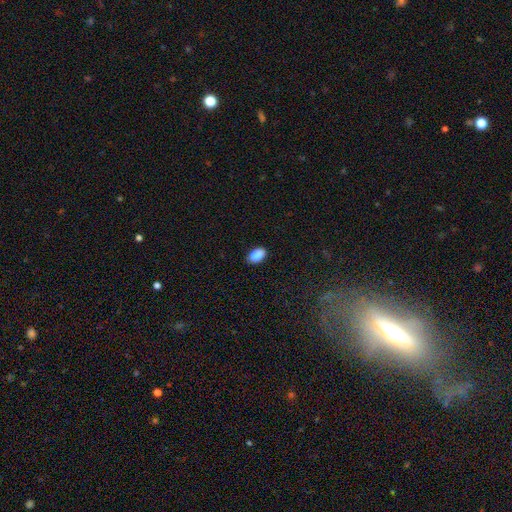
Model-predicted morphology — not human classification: The model was most divided on "smooth or featured": smooth: 86%, star or artifact: 8%, featured or disk: 6%. More confident: how rounded — in between (92%); merging — none (88%).